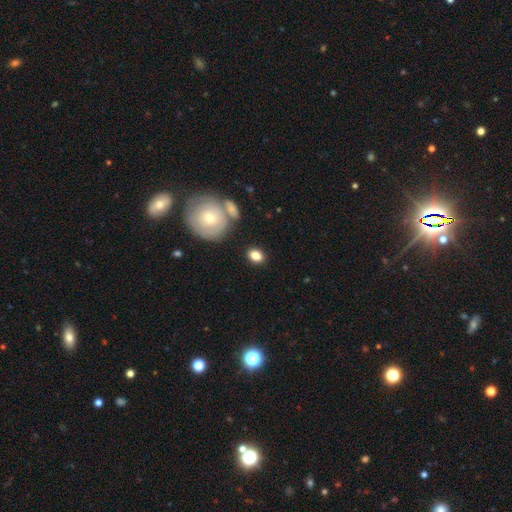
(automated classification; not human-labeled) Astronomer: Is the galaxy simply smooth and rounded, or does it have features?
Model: smooth — 81%.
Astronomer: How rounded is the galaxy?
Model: in between — 60% (runner-up: round, 38%).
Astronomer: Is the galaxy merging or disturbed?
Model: none — 80%.